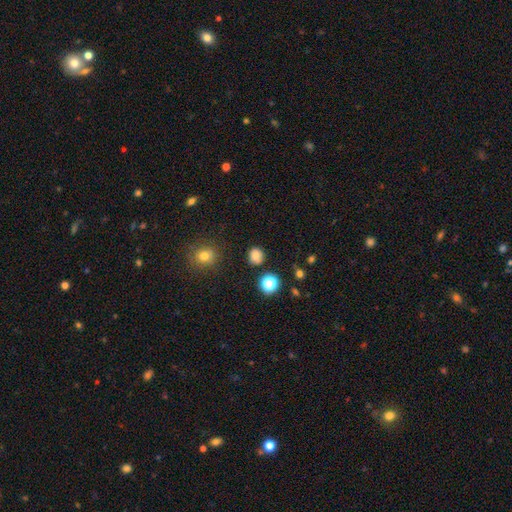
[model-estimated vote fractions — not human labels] Smooth or featured?
  - smooth: 79% *
  - star or artifact: 16%
  - featured or disk: 5%
How rounded?
  - round: 81% *
  - in between: 18%
  - cigar-shaped: 1%
Merging?
  - none: 82% *
  - minor disturbance: 11%
  - major disturbance: 3%
  - merger: 3%